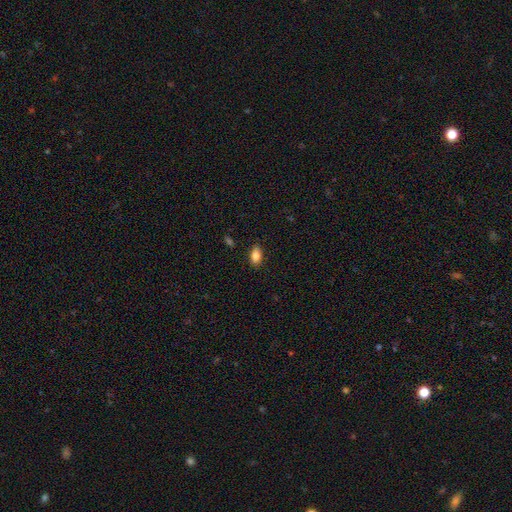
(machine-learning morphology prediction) smooth-or-featured: smooth: 83% | featured or disk: 9% | star or artifact: 8%
  how-rounded: in between: 90% | round: 6% | cigar-shaped: 4%
  merging: none: 87% | minor disturbance: 9% | major disturbance: 2% | merger: 1%